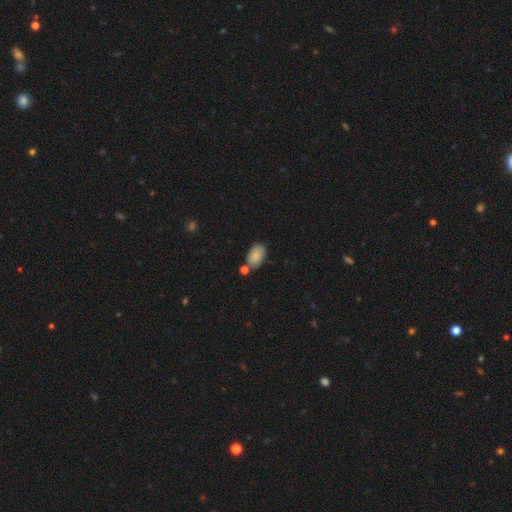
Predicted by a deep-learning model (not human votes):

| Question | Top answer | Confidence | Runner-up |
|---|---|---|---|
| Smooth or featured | smooth | 86% | star or artifact (8%) |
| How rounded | in between | 92% | round (7%) |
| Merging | none | 69% | minor disturbance (16%) |